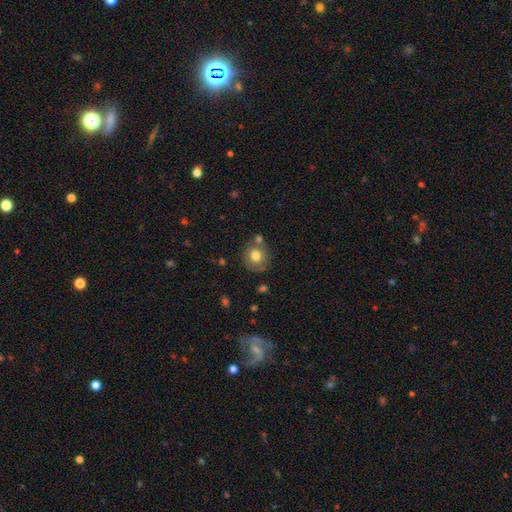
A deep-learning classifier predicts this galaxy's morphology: type=smooth (73%); roundness=round (86%); merging=none (66%).